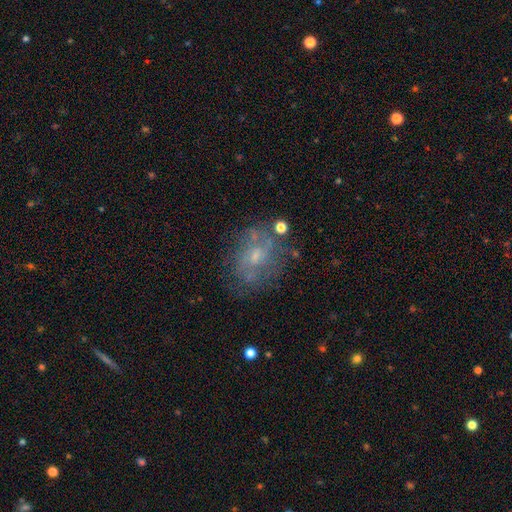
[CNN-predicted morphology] Q: Smooth or featured?
A: featured or disk (55%); runner-up: smooth (30%)
Q: Edge-on disk?
A: no (96%); runner-up: yes (4%)
Q: Bar?
A: no (73%); runner-up: weak (23%)
Q: Spiral arms?
A: yes (52%); runner-up: no (48%)
Q: Bulge size?
A: small (58%); runner-up: moderate (32%)
Q: Merging?
A: none (63%); runner-up: minor disturbance (20%)